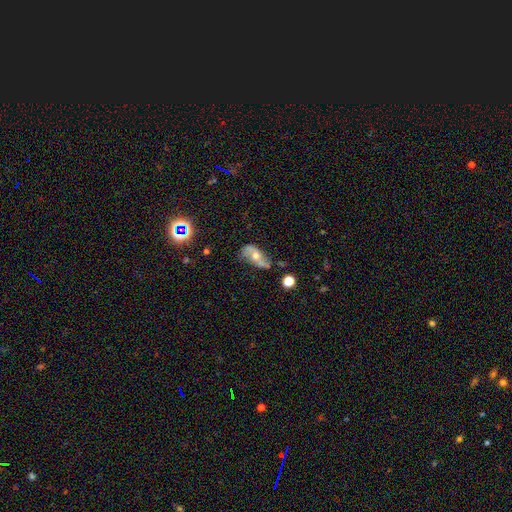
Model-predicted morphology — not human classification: This appears to be a featured or disk galaxy (65%) with no bar (67%), spiral arms (79%) and a moderate central bulge (69%). Merging: none (51%).